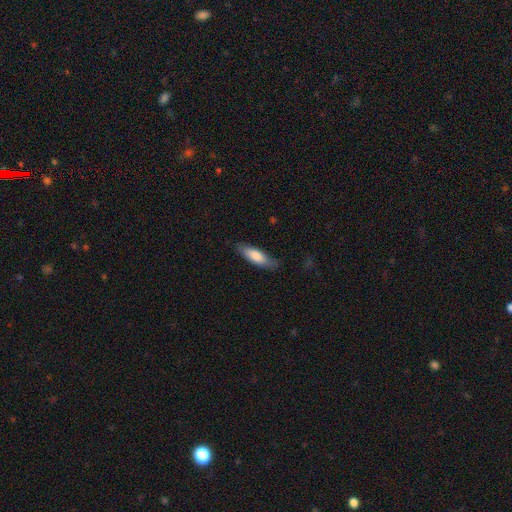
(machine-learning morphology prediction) smooth 79%, featured or disk 16%, star or artifact 5%. Down the decision tree: how rounded — in between (52%); merging — none (76%).